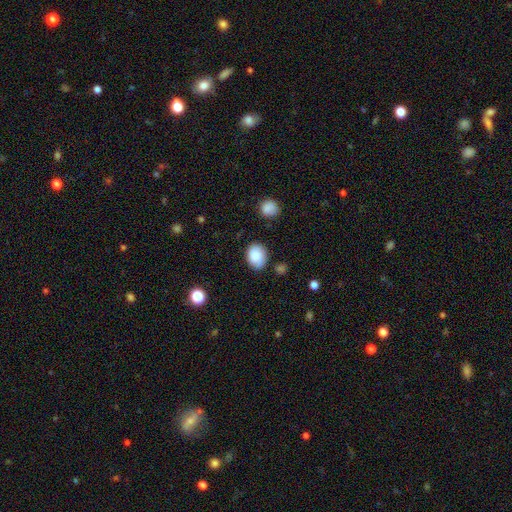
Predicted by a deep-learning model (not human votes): Overall: smooth (86%). How rounded: in between (62%; round 37%). Merging: none (79%).